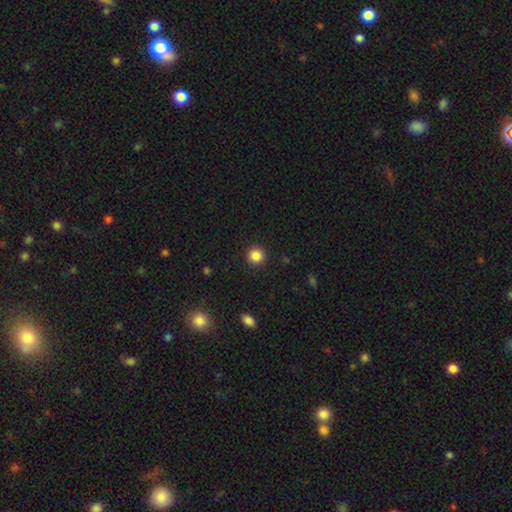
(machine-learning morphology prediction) A smooth galaxy with no disk features (85%) that is round (94%). Merging: none (92%).